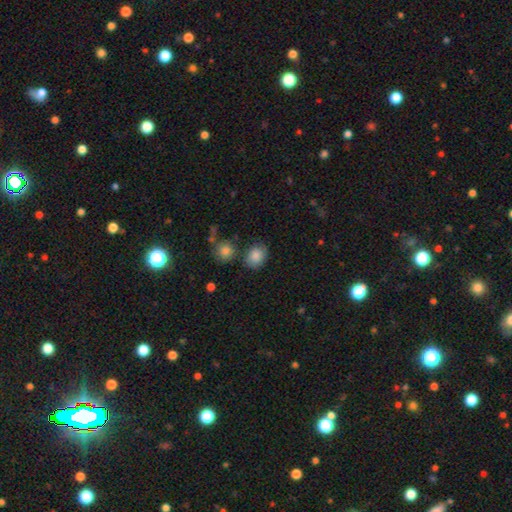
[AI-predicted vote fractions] This is clearly a smooth galaxy (85%). How rounded: possibly in between (55%). Merging: likely none (71%).